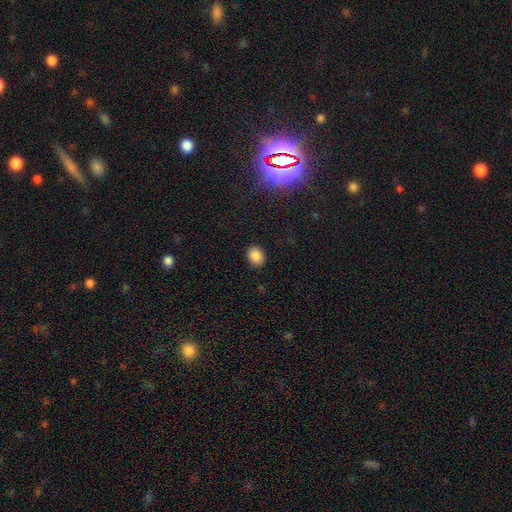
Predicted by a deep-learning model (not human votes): Overall: smooth (86%). How rounded: in between (52%; round 47%). Merging: none (89%).